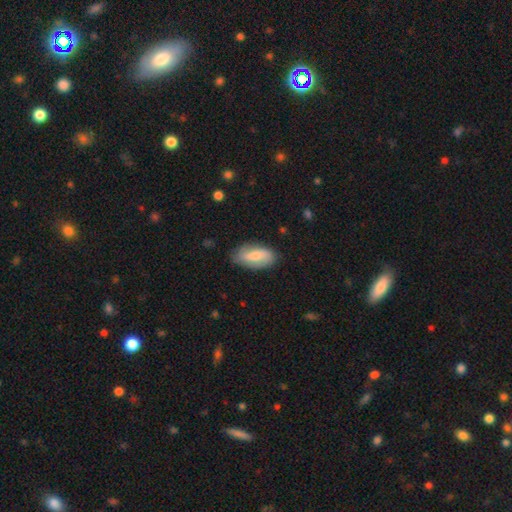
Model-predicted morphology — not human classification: type=smooth (61%); roundness=in between (91%); merging=none (77%).